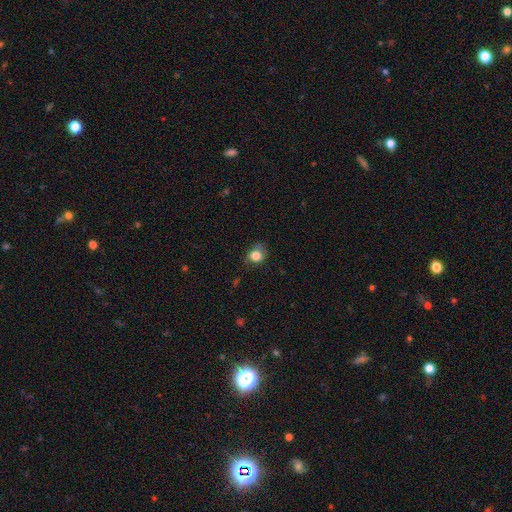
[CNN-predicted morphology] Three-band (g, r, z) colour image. It shows a smooth galaxy with no disk features (80%) that is round (69%). Merging: none (61%).